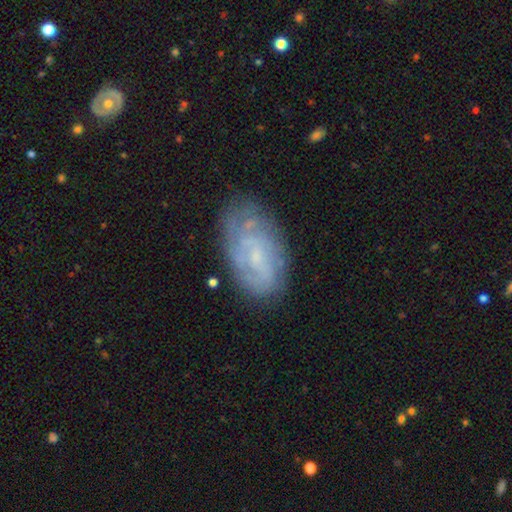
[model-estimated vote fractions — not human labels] Q: Smooth or featured?
A: featured or disk (66%); runner-up: smooth (26%)
Q: Edge-on disk?
A: no (95%); runner-up: yes (5%)
Q: Bar?
A: no (55%); runner-up: weak (38%)
Q: Spiral arms?
A: yes (75%); runner-up: no (25%)
Q: Bulge size?
A: small (61%); runner-up: none (20%)
Q: Merging?
A: none (66%); runner-up: minor disturbance (23%)